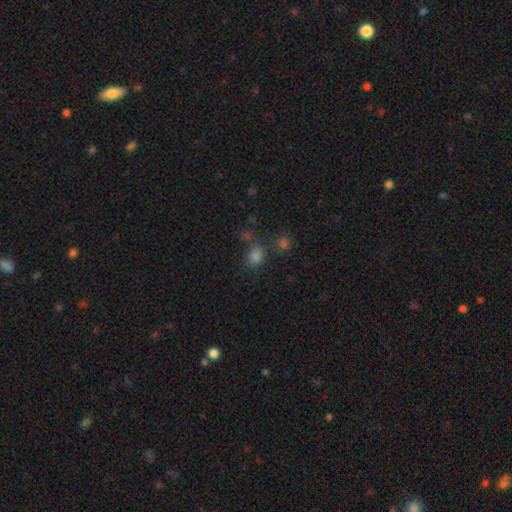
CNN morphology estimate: Smooth or featured: smooth — 73% (star or artifact — 21%)
How rounded: round — 52% (in between — 47%)
Merging: none — 68% (merger — 16%)